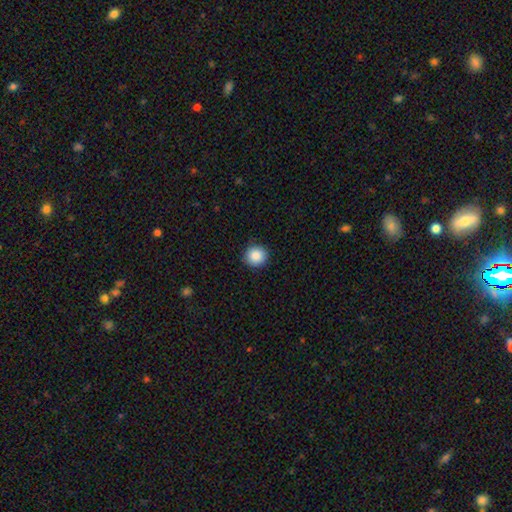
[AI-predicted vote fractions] Overall: smooth (88%). How rounded: round (92%). Merging: none (90%).